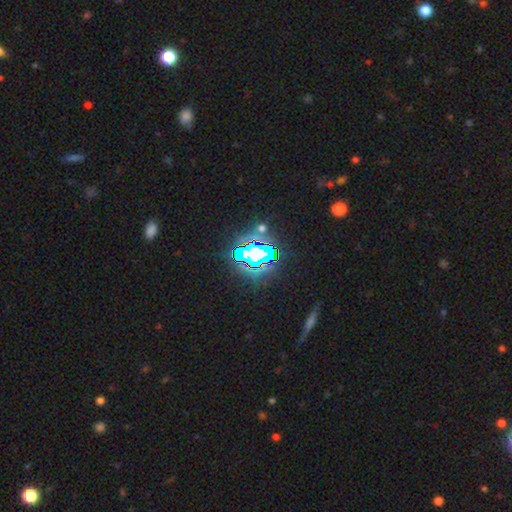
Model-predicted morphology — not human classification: Smooth or featured?
  - star or artifact: 72% *
  - smooth: 15%
  - featured or disk: 13%